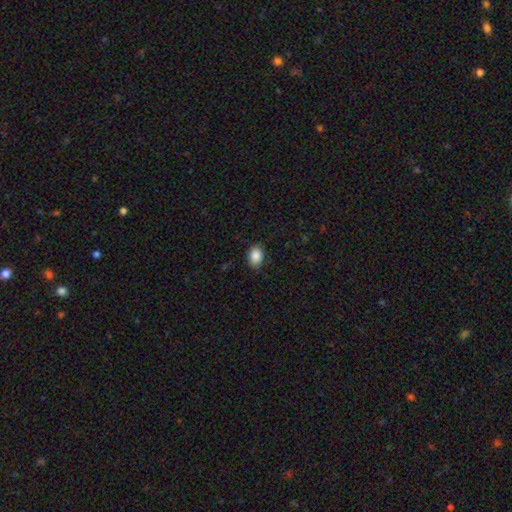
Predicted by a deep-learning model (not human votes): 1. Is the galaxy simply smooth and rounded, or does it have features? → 88% smooth, 8% star or artifact, 4% featured or disk.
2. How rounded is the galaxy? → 83% in between, 16% round, 1% cigar-shaped.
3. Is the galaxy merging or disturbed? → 86% none, 11% minor disturbance, 2% major disturbance, 1% merger.